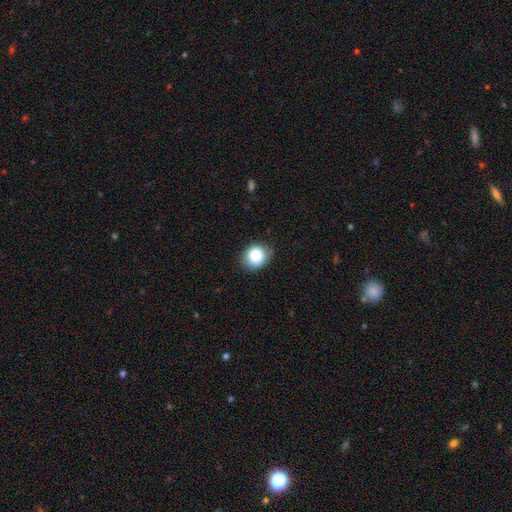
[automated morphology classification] The model was most divided on "how rounded": round: 76%, in between: 23%, cigar-shaped: 1%. More confident: smooth or featured — smooth (85%); merging — none (80%).